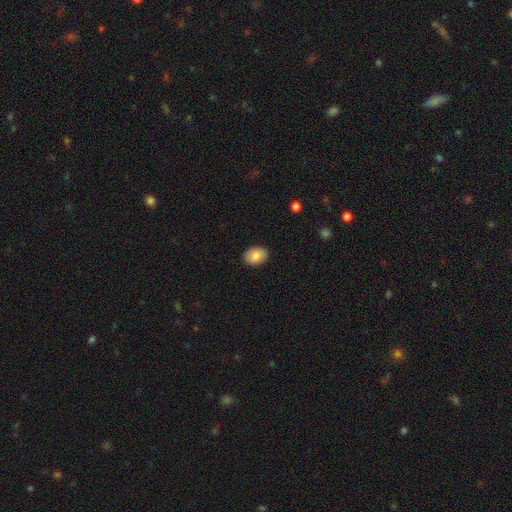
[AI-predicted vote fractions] A smooth galaxy with no disk features (85%) that is in between round and cigar-shaped (74%). Merging: none (89%).